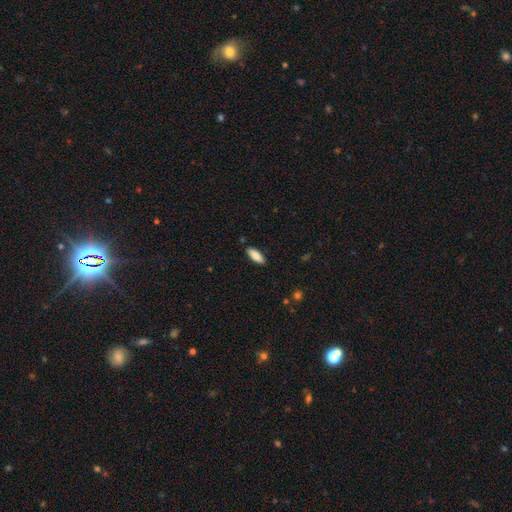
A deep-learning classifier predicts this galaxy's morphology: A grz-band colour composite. It shows a smooth galaxy with no disk features (84%) that is in between round and cigar-shaped (68%). Merging: none (88%).